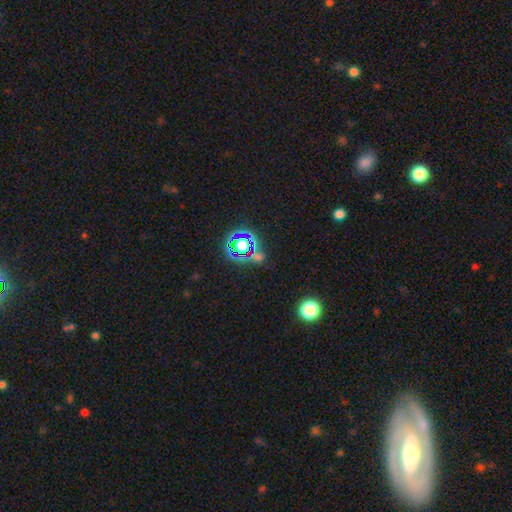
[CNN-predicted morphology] Smooth or featured? star or artifact (71%)